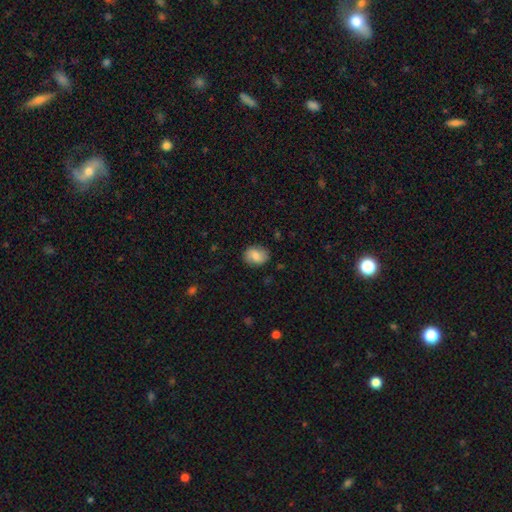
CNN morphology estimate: smooth_or_featured: smooth (p=0.79) [alt: featured or disk p=0.13]
how_rounded: in between (p=0.61) [alt: round p=0.38]
merging: none (p=0.81) [alt: minor disturbance p=0.15]